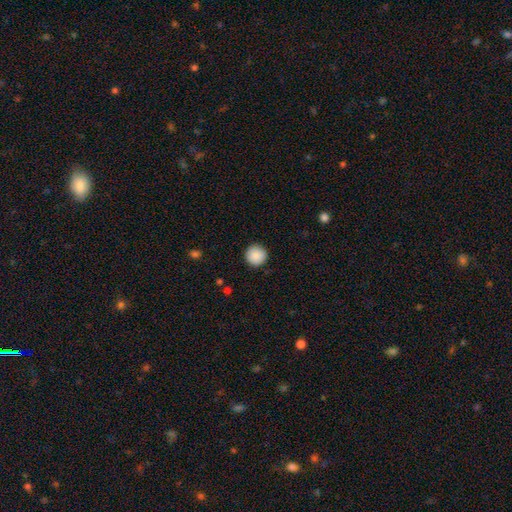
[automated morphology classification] This is clearly a smooth galaxy (89%). How rounded: clearly round (96%). Merging: clearly none (92%).